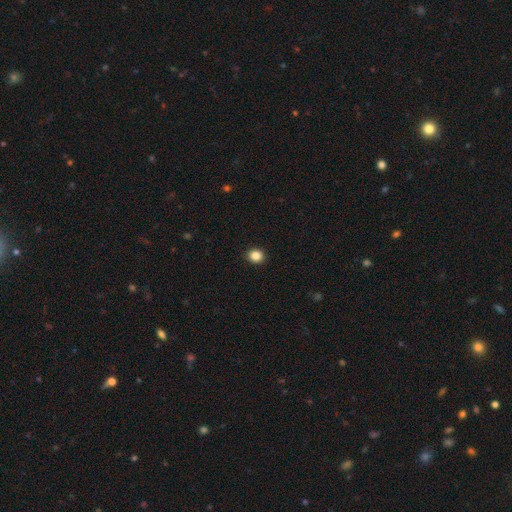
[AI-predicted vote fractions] Smooth or featured? smooth (87%)
How rounded? round (73%)
Merging? none (92%)